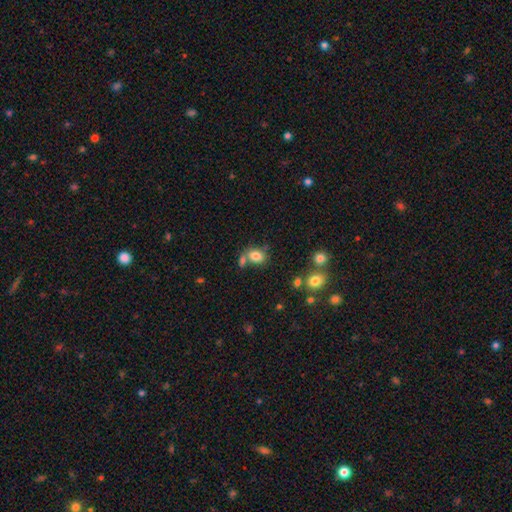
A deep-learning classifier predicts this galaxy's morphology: type=smooth (81%); roundness=in between (74%); merging=none (51%).